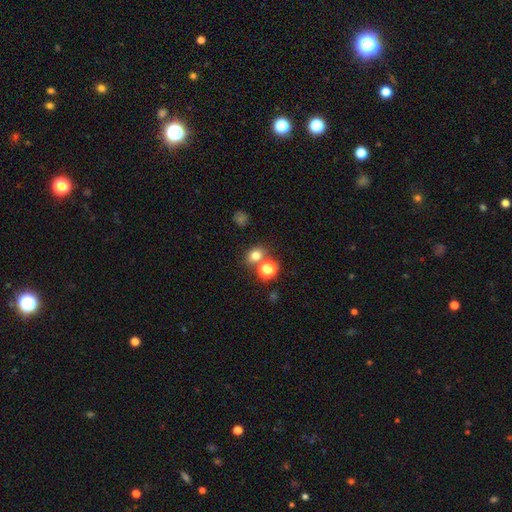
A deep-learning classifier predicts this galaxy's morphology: Overall: smooth (73%). How rounded: round (70%). Merging: none (69%).